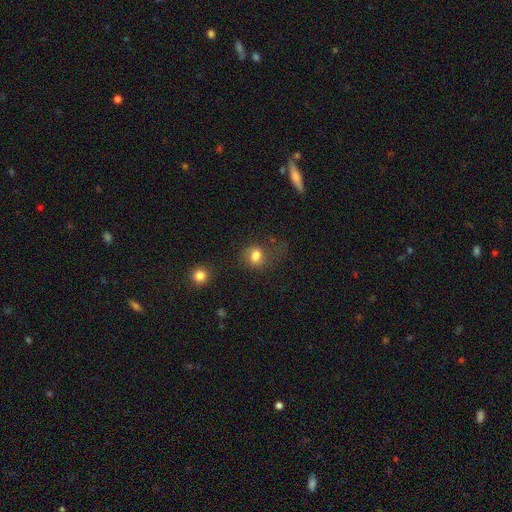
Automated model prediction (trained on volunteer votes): Smooth or featured? Predicted: smooth (p=0.77). How rounded? Predicted: round (p=0.55). Merging? Predicted: none (p=0.49).